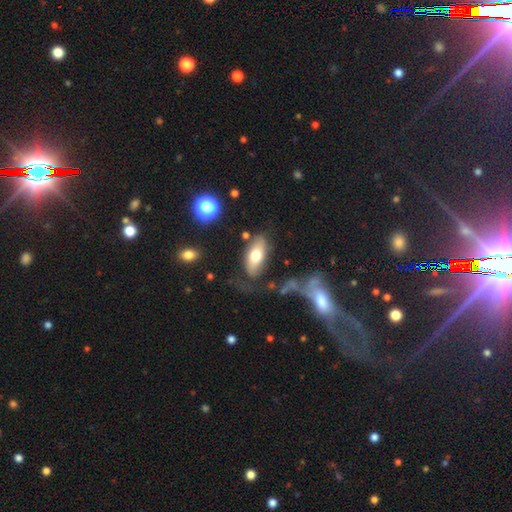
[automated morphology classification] This appears to be a smooth galaxy with no disk features (64%) that is in between round and cigar-shaped (88%). Merging: none (62%).